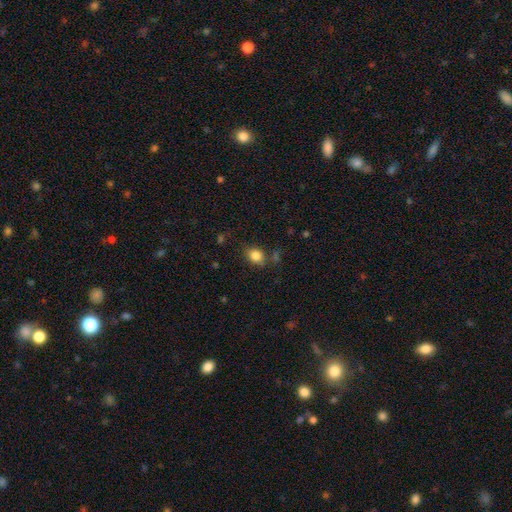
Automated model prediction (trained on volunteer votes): A smooth galaxy with no disk features (84%) that is in between round and cigar-shaped (51%). Merging: none (74%).